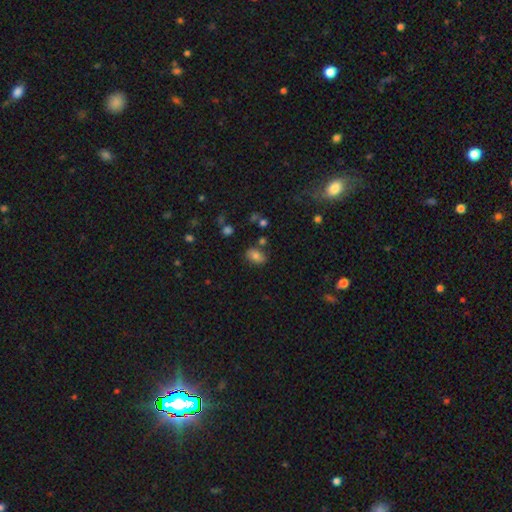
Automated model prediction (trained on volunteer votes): Morphology: type=smooth (80%); roundness=in between (84%); merging=none (77%).